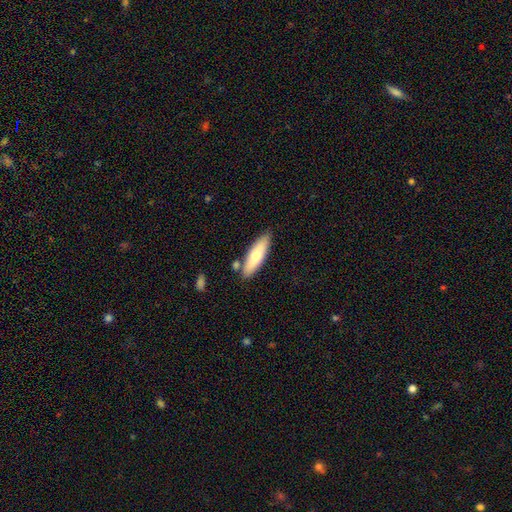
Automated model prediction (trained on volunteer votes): The model was most divided on "how rounded": cigar-shaped: 59%, in between: 39%, round: 2%. More confident: merging — none (79%); smooth or featured — smooth (67%).